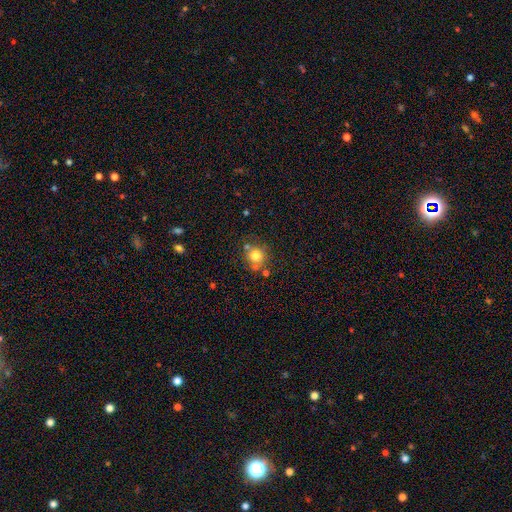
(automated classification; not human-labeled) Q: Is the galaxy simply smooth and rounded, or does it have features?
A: smooth — 76%.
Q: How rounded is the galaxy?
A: round — 87%.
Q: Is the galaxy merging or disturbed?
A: none — 65%.